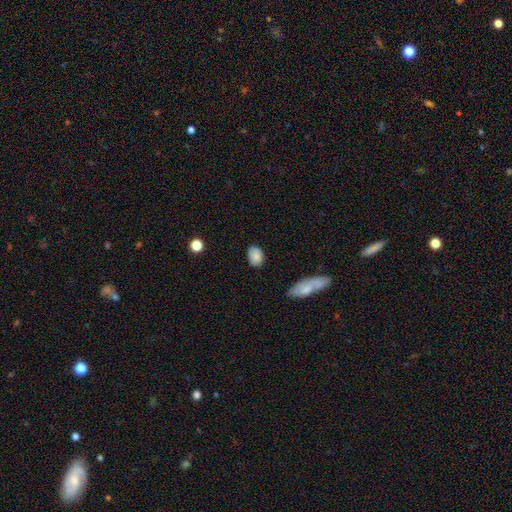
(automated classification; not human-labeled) Smooth or featured: smooth — 85% (star or artifact — 8%)
How rounded: in between — 83% (round — 15%)
Merging: none — 76% (minor disturbance — 19%)